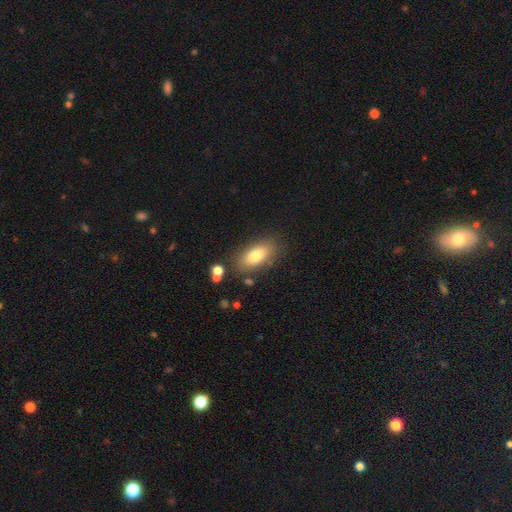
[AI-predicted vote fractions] This appears to be a smooth galaxy with no disk features (77%) that is in between round and cigar-shaped (87%). Merging: none (79%).